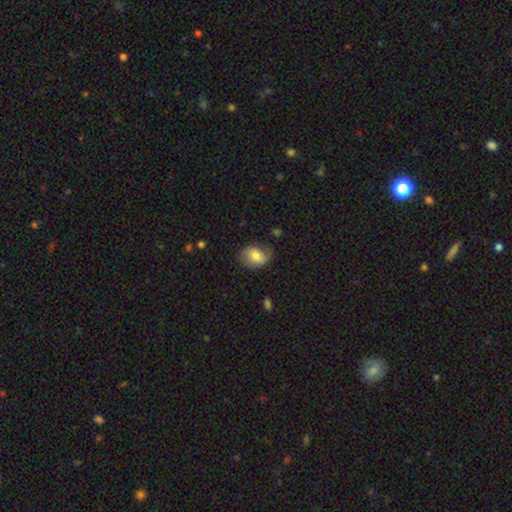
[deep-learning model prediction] Overall: smooth (62%; featured or disk 30%). How rounded: in between (73%). Merging: none (59%; minor disturbance 29%).